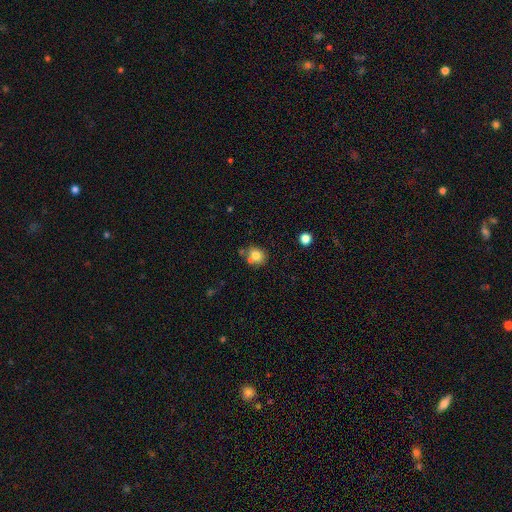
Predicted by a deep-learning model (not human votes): smooth-or-featured: smooth: 77% | featured or disk: 12% | star or artifact: 11%
  how-rounded: round: 75% | in between: 24% | cigar-shaped: 1%
  merging: none: 63% | merger: 20% | minor disturbance: 14% | major disturbance: 4%